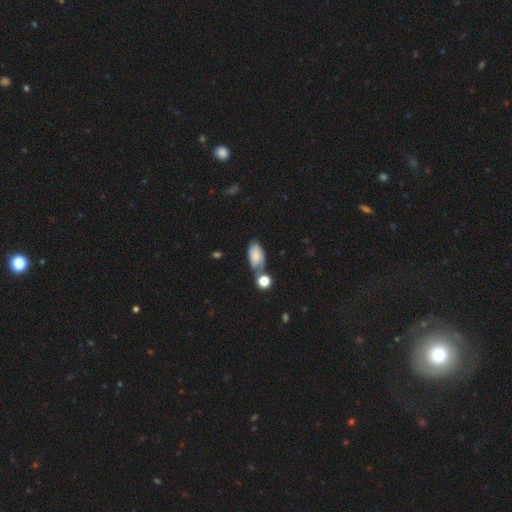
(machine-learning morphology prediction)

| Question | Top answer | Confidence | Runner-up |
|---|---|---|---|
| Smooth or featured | smooth | 65% | featured or disk (26%) |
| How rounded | in between | 91% | round (5%) |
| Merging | none | 42% | minor disturbance (25%) |